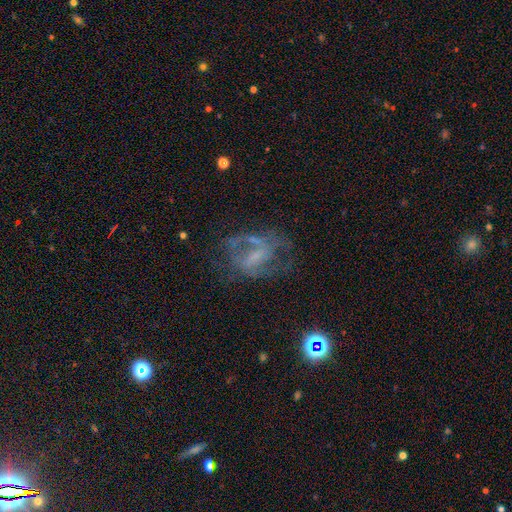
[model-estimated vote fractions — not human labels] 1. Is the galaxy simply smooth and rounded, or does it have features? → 70% featured or disk, 16% smooth, 14% star or artifact.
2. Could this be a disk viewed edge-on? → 96% no, 4% yes.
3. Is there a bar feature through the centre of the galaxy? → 45% weak, 32% no, 24% strong.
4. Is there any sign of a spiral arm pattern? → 70% yes, 30% no.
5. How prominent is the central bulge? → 43% none, 33% small, 19% moderate, 4% large, 1% dominant.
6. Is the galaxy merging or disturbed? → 50% none, 27% major disturbance, 19% minor disturbance, 4% merger.